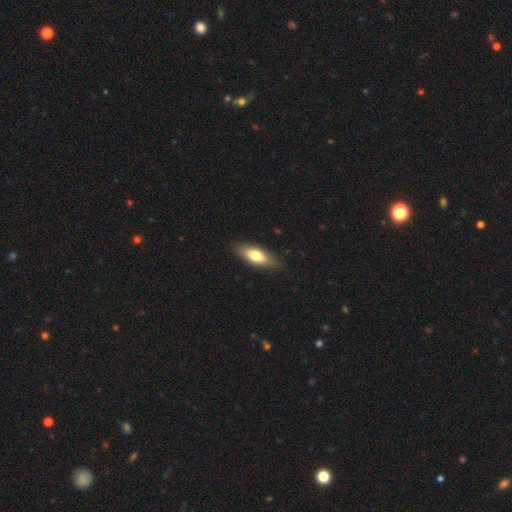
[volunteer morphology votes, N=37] Smooth or featured? 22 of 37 (59%) said smooth. How rounded? 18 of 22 (82%) said in between. Merging? 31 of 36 (86%) said none.